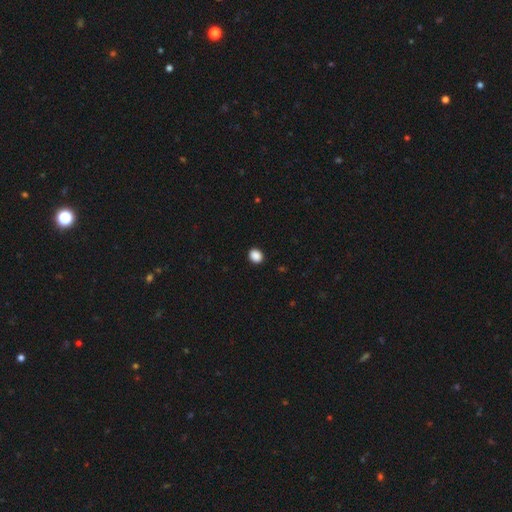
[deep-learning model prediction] A smooth galaxy with no disk features (89%) that is round (57%). Merging: none (91%).